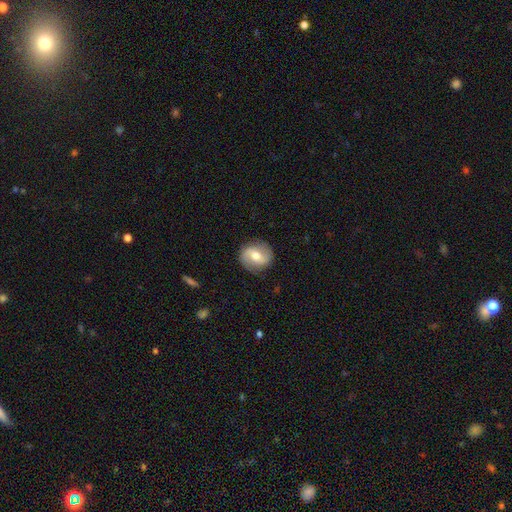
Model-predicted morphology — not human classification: A featured or disk galaxy (54%) with a weak bar (45%), spiral arms (72%) and a moderate central bulge (72%).

Vote fractions:
- Smooth or featured? featured or disk: 54% / smooth: 40% / star or artifact: 7%
- Edge-on disk? no: 95% / yes: 5%
- Bar? weak: 45% / strong: 29% / no: 26%
- Spiral arms? yes: 72% / no: 28%
- Bulge size? moderate: 72% / small: 16% / large: 9% / none: 1% / dominant: 1%
- Merging? none: 86% / minor disturbance: 10% / major disturbance: 3% / merger: 1%